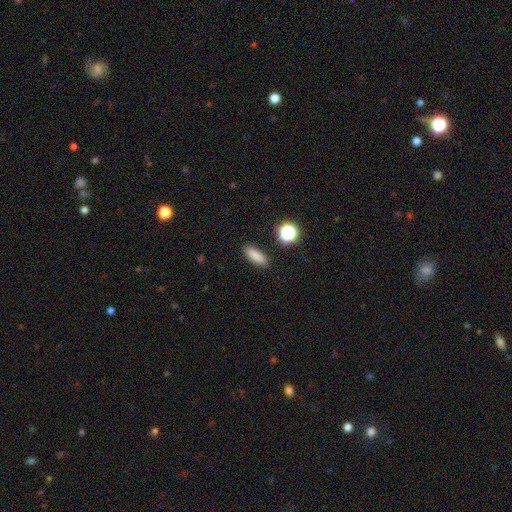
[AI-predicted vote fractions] Smooth or featured? smooth (83%)
How rounded? in between (55%)
Merging? none (88%)